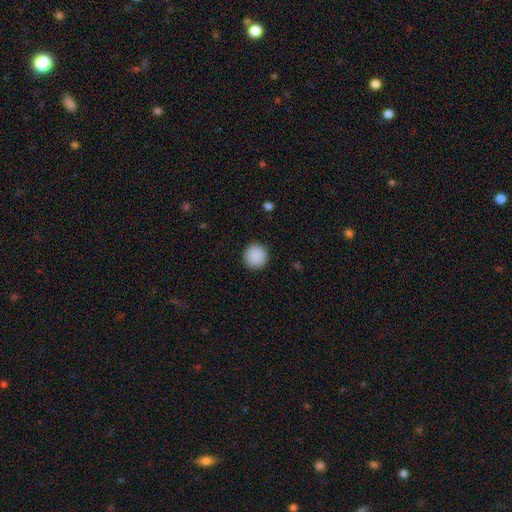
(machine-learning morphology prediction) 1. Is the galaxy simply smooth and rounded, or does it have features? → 89% smooth, 8% star or artifact, 2% featured or disk.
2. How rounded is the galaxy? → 95% round, 4% in between, 1% cigar-shaped.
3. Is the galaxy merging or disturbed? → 92% none, 5% minor disturbance, 2% major disturbance, 1% merger.